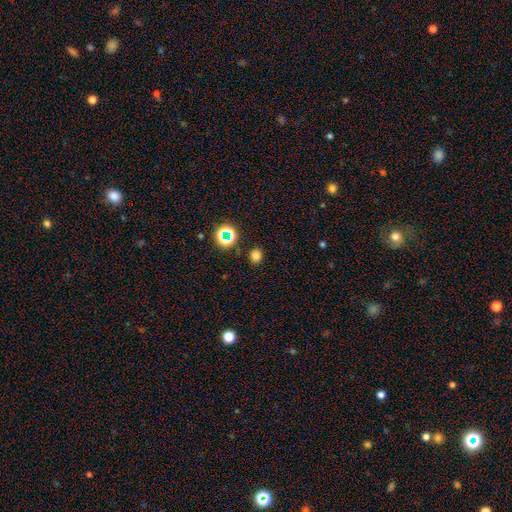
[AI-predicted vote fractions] Overall: smooth (75%). How rounded: round (67%; in between 32%). Merging: none (87%).